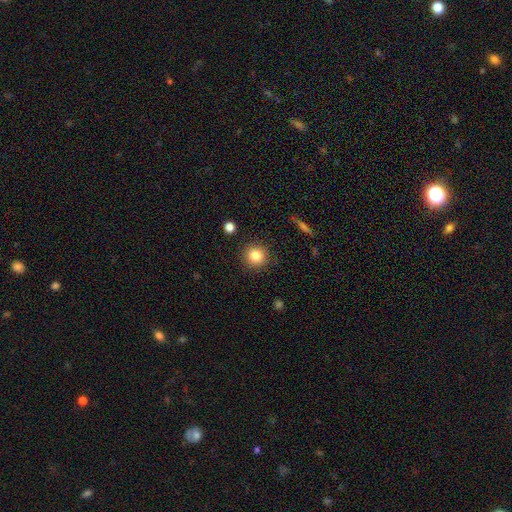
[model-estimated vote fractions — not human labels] smooth-or-featured: smooth: 82% | star or artifact: 10% | featured or disk: 7%
  how-rounded: round: 93% | in between: 6% | cigar-shaped: 1%
  merging: none: 90% | minor disturbance: 6% | major disturbance: 2% | merger: 1%